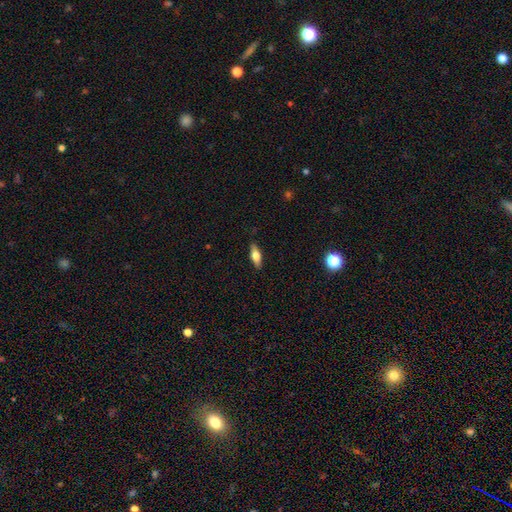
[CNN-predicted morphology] A smooth galaxy with no disk features (62%) that is in between round and cigar-shaped (63%).

Vote fractions:
- Smooth or featured? smooth: 62% / featured or disk: 31% / star or artifact: 7%
- How rounded? in between: 63% / cigar-shaped: 34% / round: 3%
- Merging? none: 88% / minor disturbance: 9% / major disturbance: 2% / merger: 1%